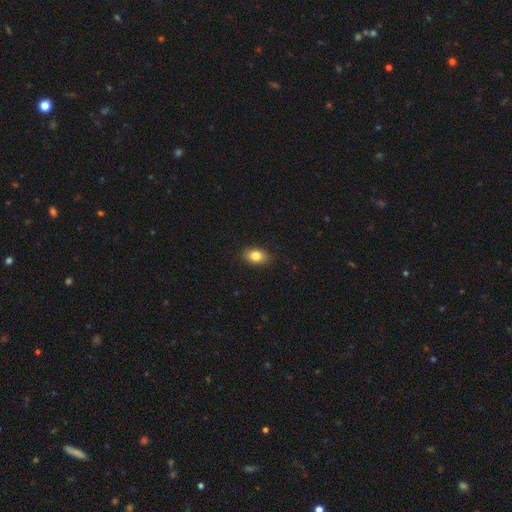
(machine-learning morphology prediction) A smooth galaxy with no disk features (82%) that is in between round and cigar-shaped (83%).

Vote fractions:
- Smooth or featured? smooth: 82% / featured or disk: 10% / star or artifact: 9%
- How rounded? in between: 83% / round: 15% / cigar-shaped: 2%
- Merging? none: 88% / minor disturbance: 10% / major disturbance: 2% / merger: 1%